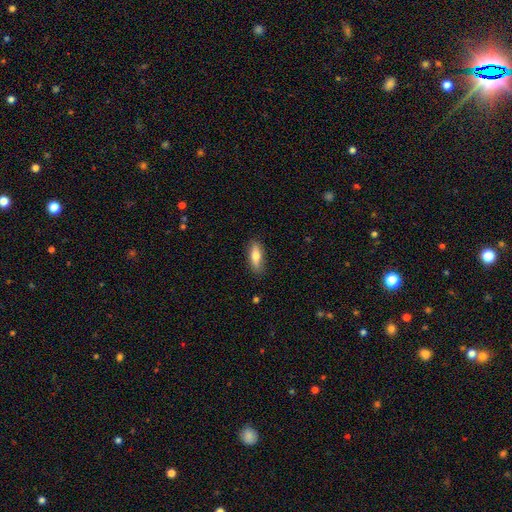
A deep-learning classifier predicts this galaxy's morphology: Q: Smooth or featured?
A: smooth (69%); runner-up: featured or disk (25%)
Q: How rounded?
A: in between (54%); runner-up: cigar-shaped (43%)
Q: Merging?
A: none (85%); runner-up: minor disturbance (12%)